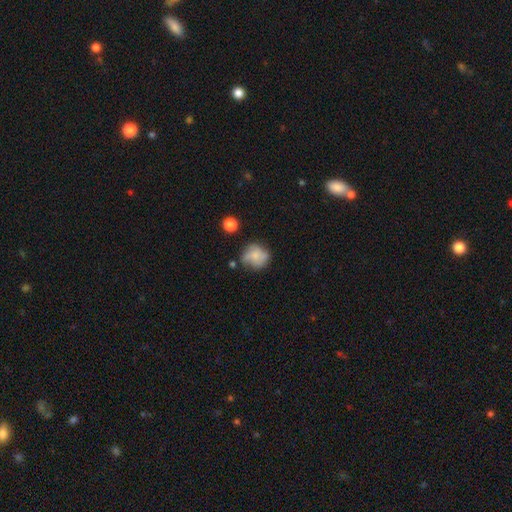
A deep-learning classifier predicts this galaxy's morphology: The model was most divided on "merging": none: 54%, minor disturbance: 29%, major disturbance: 10%, merger: 6%. More confident: how rounded — round (75%); smooth or featured — smooth (71%).